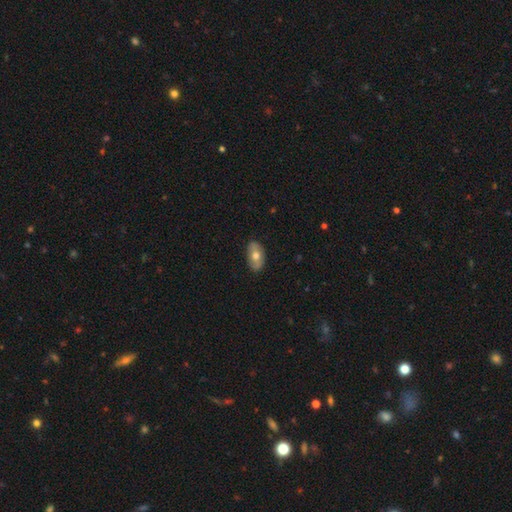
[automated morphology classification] A smooth galaxy with no disk features (62%) that is in between round and cigar-shaped (92%). Merging: none (83%).